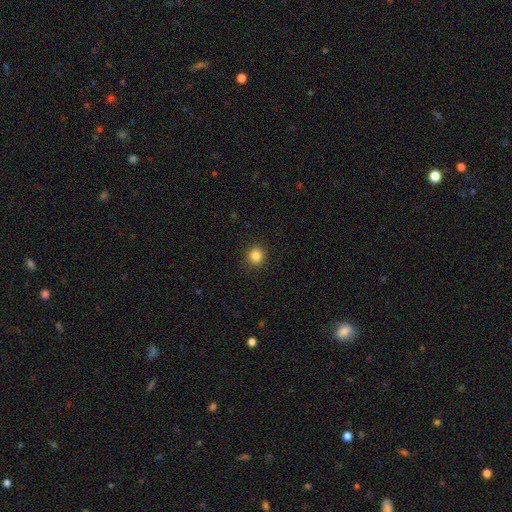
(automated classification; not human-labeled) smooth_or_featured: smooth (p=0.85) [alt: star or artifact p=0.11]
how_rounded: round (p=0.91) [alt: in between p=0.08]
merging: none (p=0.92) [alt: minor disturbance p=0.05]